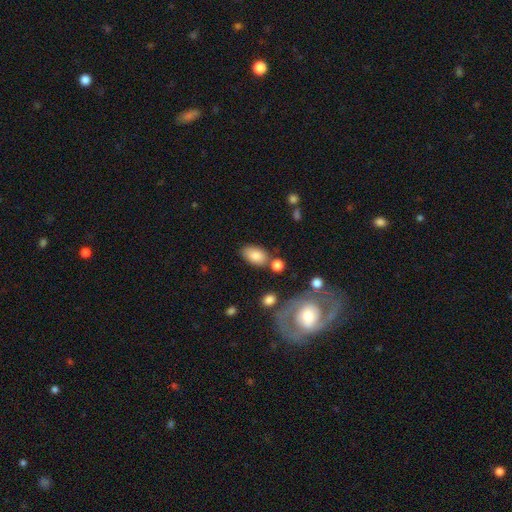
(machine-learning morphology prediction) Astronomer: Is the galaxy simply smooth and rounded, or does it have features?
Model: smooth — 84%.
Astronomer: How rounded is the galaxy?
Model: in between — 91%.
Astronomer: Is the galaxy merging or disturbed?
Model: none — 69%.